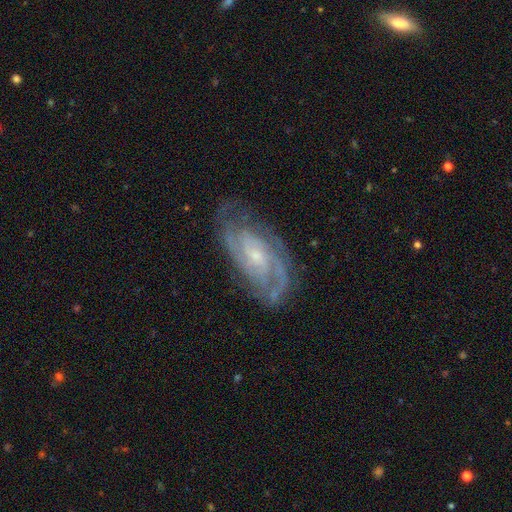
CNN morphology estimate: The model was most divided on "bar": no: 51%, weak: 40%, strong: 9%. More confident: spiral arms — yes (98%); edge-on disk — no (95%); smooth or featured — featured or disk (89%); merging — none (75%); bulge size — small (65%); spiral winding — tight (56%); spiral arm count — 2 (52%).